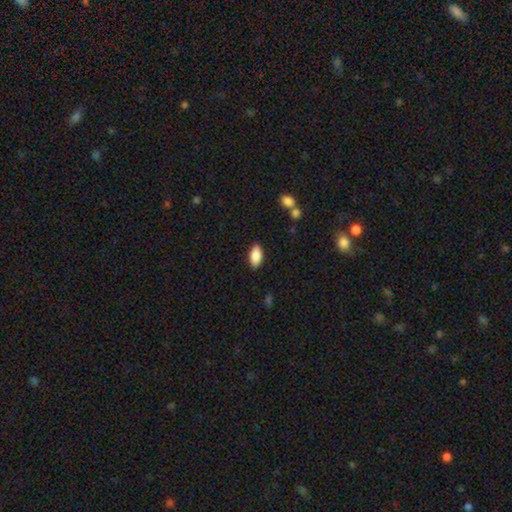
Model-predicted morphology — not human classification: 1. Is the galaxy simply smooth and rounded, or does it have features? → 88% smooth, 7% star or artifact, 6% featured or disk.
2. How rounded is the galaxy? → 92% in between, 6% cigar-shaped, 2% round.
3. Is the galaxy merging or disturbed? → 87% none, 9% minor disturbance, 2% major disturbance, 1% merger.